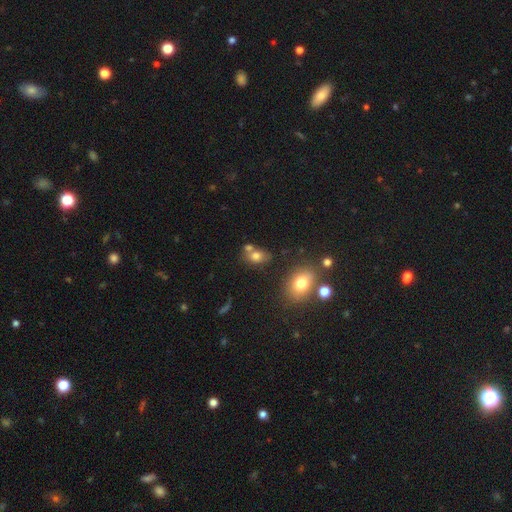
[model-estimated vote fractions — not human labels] A smooth galaxy with no disk features (74%) that is in between round and cigar-shaped (65%). Merging: none (49%).